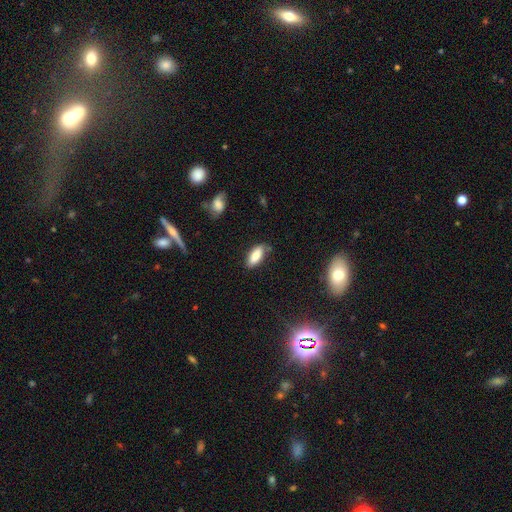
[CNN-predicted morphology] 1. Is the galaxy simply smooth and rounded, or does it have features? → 84% smooth, 8% featured or disk, 7% star or artifact.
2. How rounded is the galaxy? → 82% in between, 15% cigar-shaped, 2% round.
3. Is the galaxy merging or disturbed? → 74% none, 21% minor disturbance, 4% major disturbance, 2% merger.